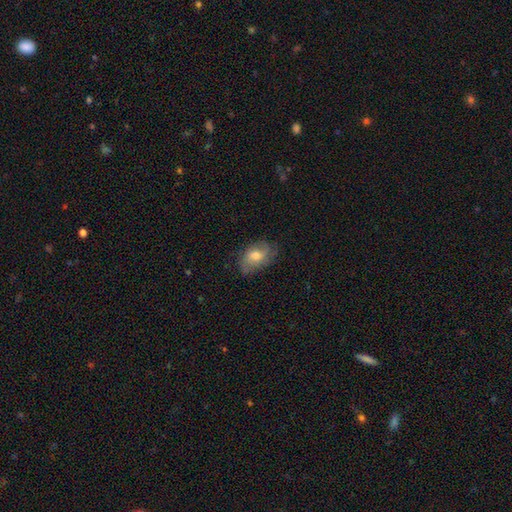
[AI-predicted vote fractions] A smooth galaxy with no disk features (47%).

Vote fractions:
- Smooth or featured? smooth: 47% / featured or disk: 44% / star or artifact: 8%
- Merging? none: 67% / minor disturbance: 24% / major disturbance: 8% / merger: 1%